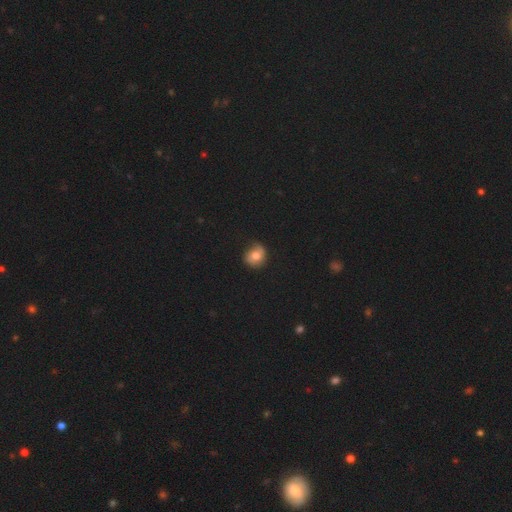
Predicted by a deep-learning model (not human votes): Morphology: type=smooth (65%); roundness=round (75%); merging=none (65%).